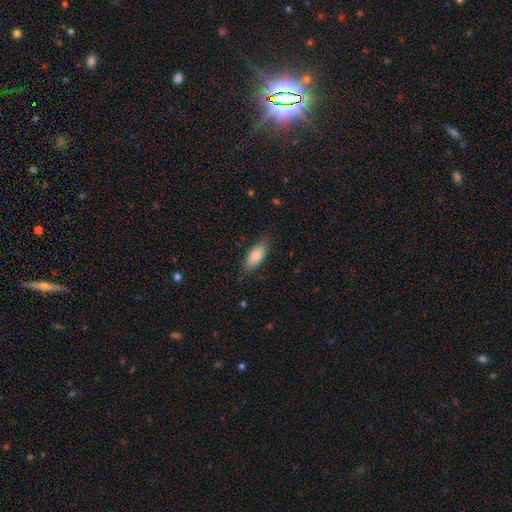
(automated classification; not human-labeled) Smooth or featured? smooth (85%)
How rounded? in between (79%)
Merging? none (80%)